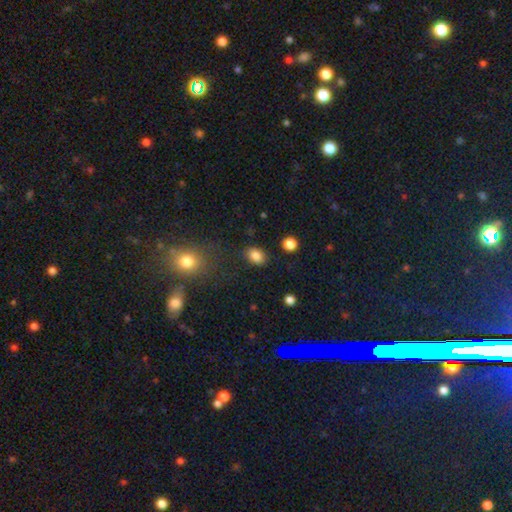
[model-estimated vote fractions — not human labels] A smooth galaxy with no disk features (84%) that is in between round and cigar-shaped (67%).

Vote fractions:
- Smooth or featured? smooth: 84% / star or artifact: 10% / featured or disk: 6%
- How rounded? in between: 67% / round: 31% / cigar-shaped: 1%
- Merging? none: 83% / minor disturbance: 11% / major disturbance: 3% / merger: 3%